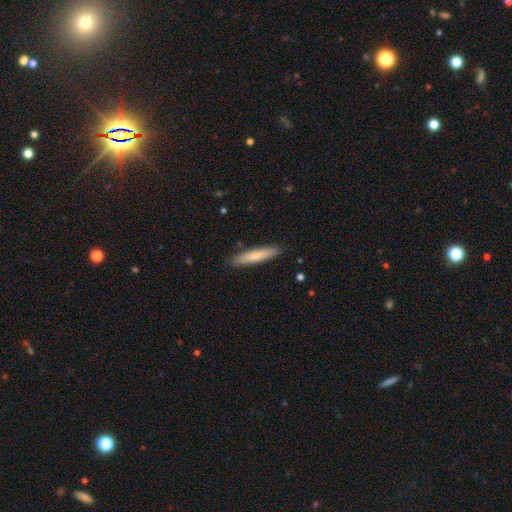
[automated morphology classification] A smooth galaxy with no disk features (76%) that is cigar-shaped (89%).

Vote fractions:
- Smooth or featured? smooth: 76% / featured or disk: 19% / star or artifact: 5%
- How rounded? cigar-shaped: 89% / in between: 10% / round: 1%
- Merging? none: 88% / minor disturbance: 9% / major disturbance: 2% / merger: 1%